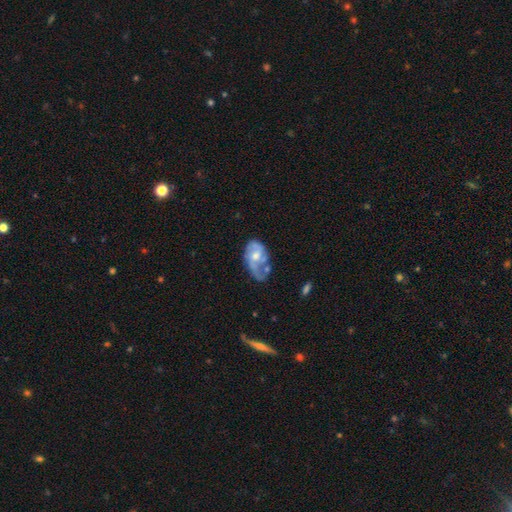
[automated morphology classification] This is likely a featured or disk galaxy (66%). It is clearly not viewed edge-on (96%). Bar: likely no (64%). Spiral arm pattern: likely yes (70%). Central bulge: possibly moderate (59%). Merging: marginally major disturbance (32%).